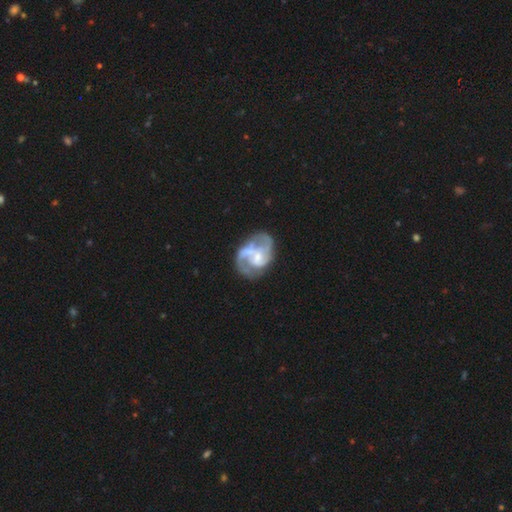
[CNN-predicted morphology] Q: Smooth or featured?
A: featured or disk (77%); runner-up: smooth (17%)
Q: Edge-on disk?
A: no (98%); runner-up: yes (2%)
Q: Bar?
A: no (47%); runner-up: weak (41%)
Q: Spiral arms?
A: yes (79%); runner-up: no (21%)
Q: Spiral winding?
A: medium (46%); runner-up: loose (29%)
Q: Spiral arm count?
A: 2 (55%); runner-up: can't tell (19%)
Q: Bulge size?
A: moderate (34%); runner-up: small (33%)
Q: Merging?
A: none (45%); runner-up: major disturbance (25%)